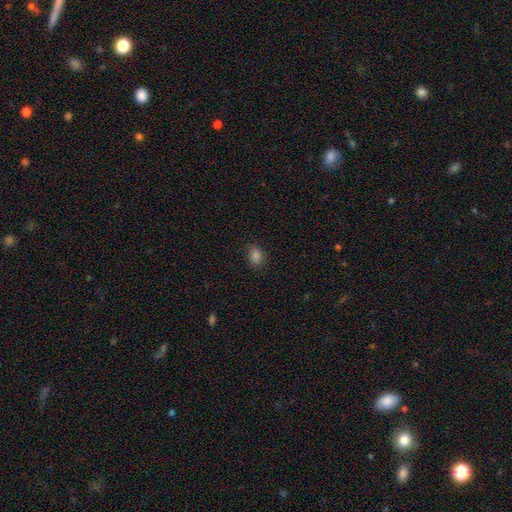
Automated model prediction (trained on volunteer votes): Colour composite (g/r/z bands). It shows a smooth galaxy with no disk features (83%) that is in between round and cigar-shaped (59%). Merging: none (85%).